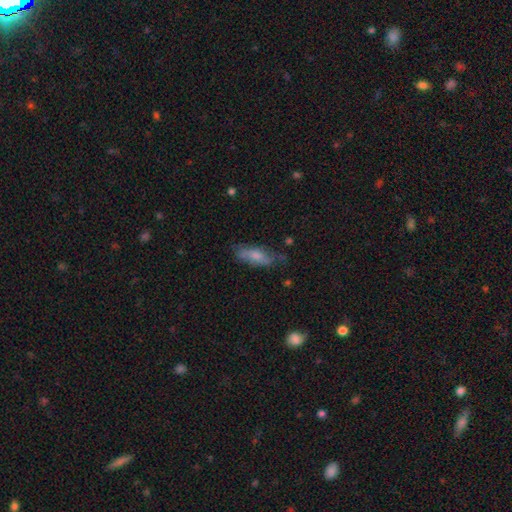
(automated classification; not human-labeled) Smooth or featured: smooth — 63% (featured or disk — 29%)
How rounded: in between — 62% (cigar-shaped — 36%)
Merging: none — 58% (minor disturbance — 28%)